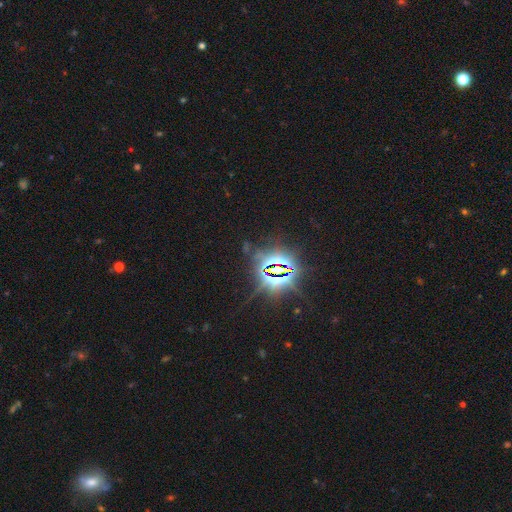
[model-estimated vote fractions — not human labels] Q: Smooth or featured?
A: star or artifact (86%); runner-up: smooth (7%)